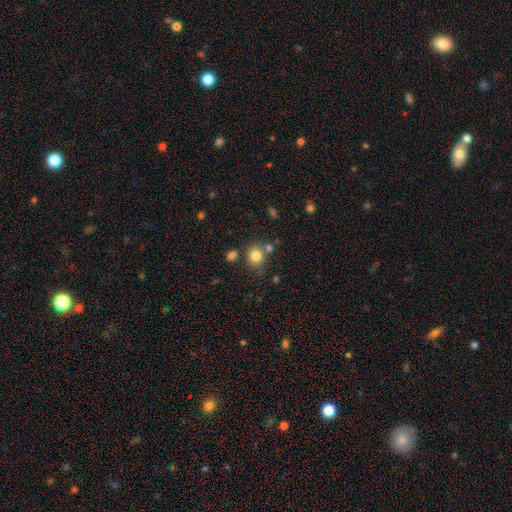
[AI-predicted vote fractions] Smooth or featured?
  - smooth: 80% *
  - star or artifact: 12%
  - featured or disk: 8%
How rounded?
  - round: 80% *
  - in between: 19%
  - cigar-shaped: 1%
Merging?
  - none: 71% *
  - merger: 13%
  - minor disturbance: 12%
  - major disturbance: 4%